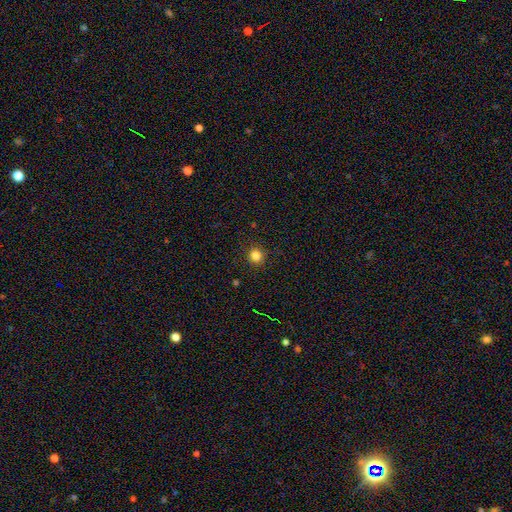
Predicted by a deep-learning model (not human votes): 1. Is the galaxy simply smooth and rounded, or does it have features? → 83% smooth, 13% star or artifact, 4% featured or disk.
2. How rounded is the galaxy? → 92% round, 7% in between, 1% cigar-shaped.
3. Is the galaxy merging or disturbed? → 91% none, 6% minor disturbance, 2% major disturbance, 1% merger.